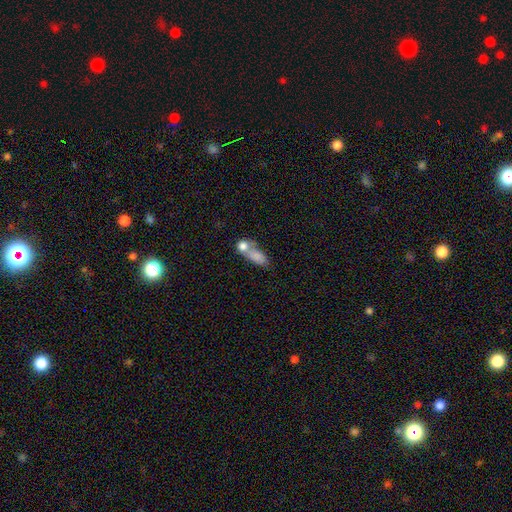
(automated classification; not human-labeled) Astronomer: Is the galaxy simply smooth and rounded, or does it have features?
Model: smooth — 76%.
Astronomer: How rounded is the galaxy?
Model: in between — 72%.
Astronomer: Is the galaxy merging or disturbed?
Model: merger — 56%.